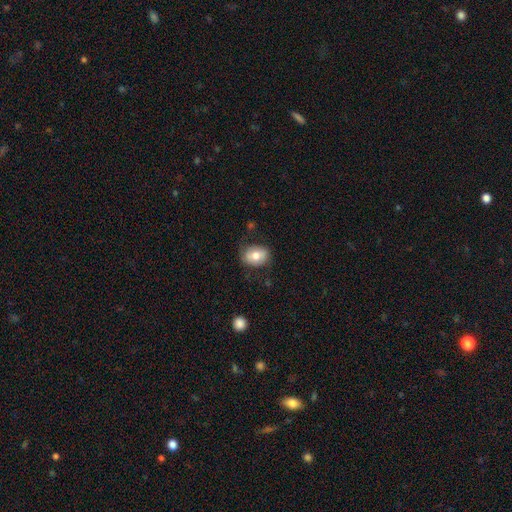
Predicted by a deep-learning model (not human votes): Smooth or featured? Predicted: smooth (p=0.74). How rounded? Predicted: in between (p=0.65). Merging? Predicted: none (p=0.75).